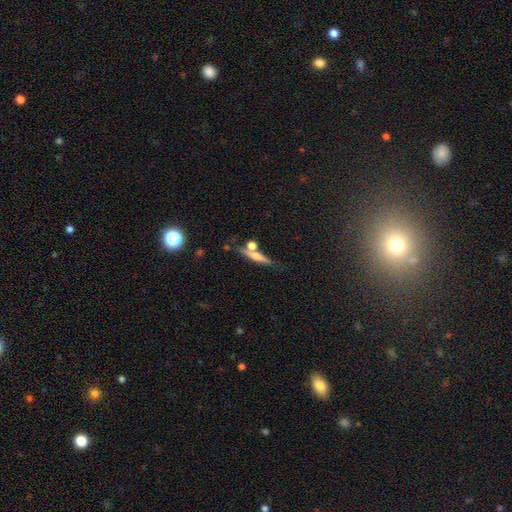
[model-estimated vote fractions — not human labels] Smooth or featured? Predicted: featured or disk (p=0.51). Edge-on disk? Predicted: yes (p=0.92). Merging? Predicted: none (p=0.65).